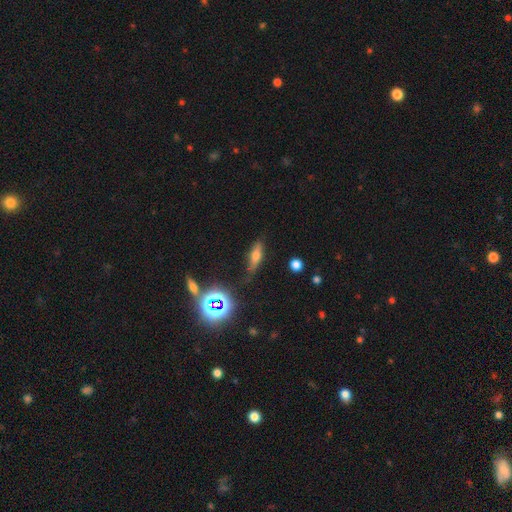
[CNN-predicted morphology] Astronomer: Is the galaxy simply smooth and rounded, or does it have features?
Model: smooth — 53%.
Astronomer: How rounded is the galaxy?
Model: cigar-shaped — 50% (runner-up: in between, 44%).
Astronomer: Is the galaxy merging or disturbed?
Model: none — 70%.